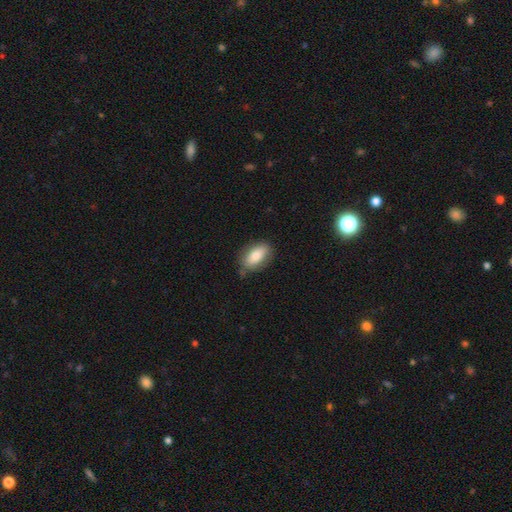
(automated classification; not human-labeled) smooth 78%, featured or disk 15%, star or artifact 7%. Down the decision tree: how rounded — in between (88%); merging — none (75%).